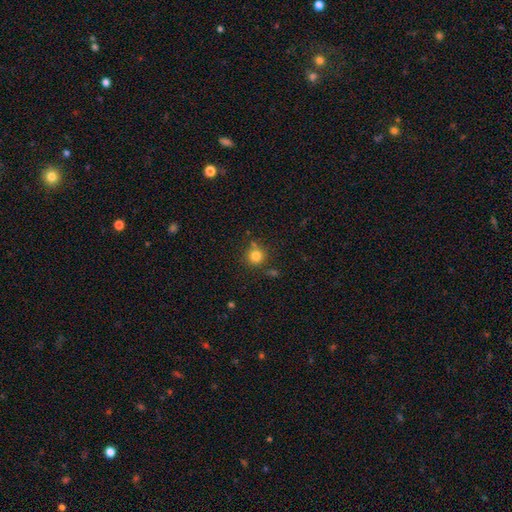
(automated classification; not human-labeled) A smooth galaxy with no disk features (81%) that is round (93%).

Vote fractions:
- Smooth or featured? smooth: 81% / star or artifact: 13% / featured or disk: 7%
- How rounded? round: 93% / in between: 6% / cigar-shaped: 1%
- Merging? none: 77% / minor disturbance: 10% / merger: 10% / major disturbance: 3%